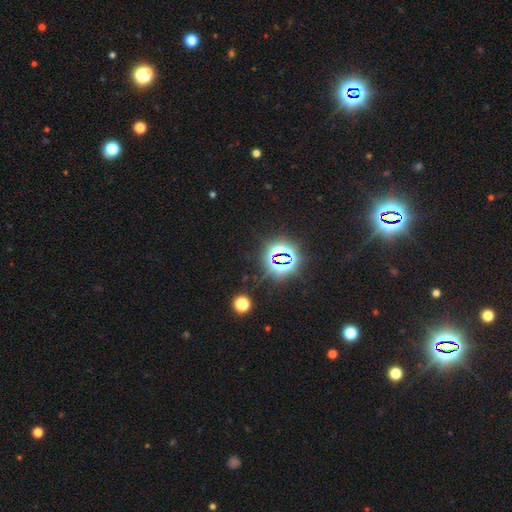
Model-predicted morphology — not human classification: Smooth or featured?
  - star or artifact: 82% *
  - smooth: 11%
  - featured or disk: 7%